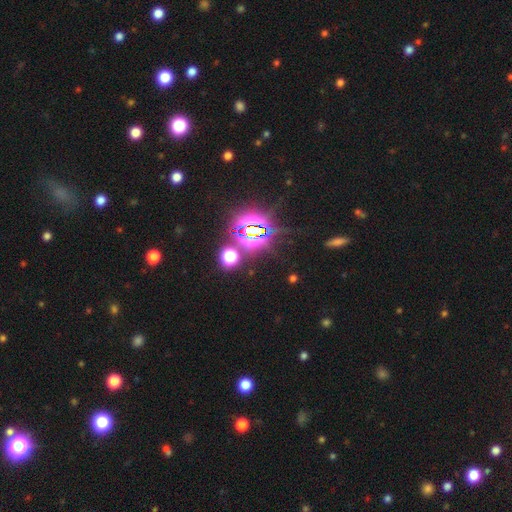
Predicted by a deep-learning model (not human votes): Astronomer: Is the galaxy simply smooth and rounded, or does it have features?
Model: star or artifact — 78%.